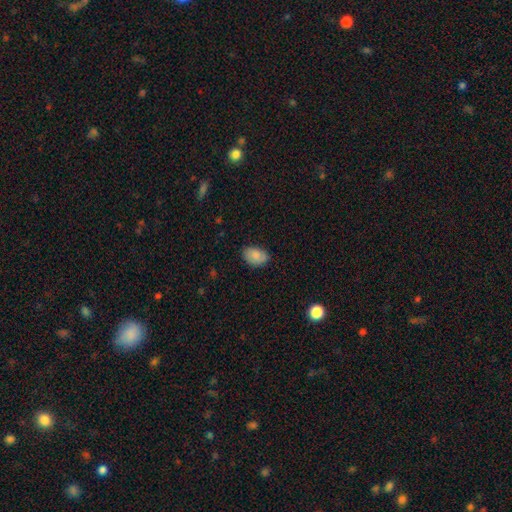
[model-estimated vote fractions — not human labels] Smooth or featured? Predicted: smooth (p=0.84). How rounded? Predicted: in between (p=0.85). Merging? Predicted: none (p=0.77).